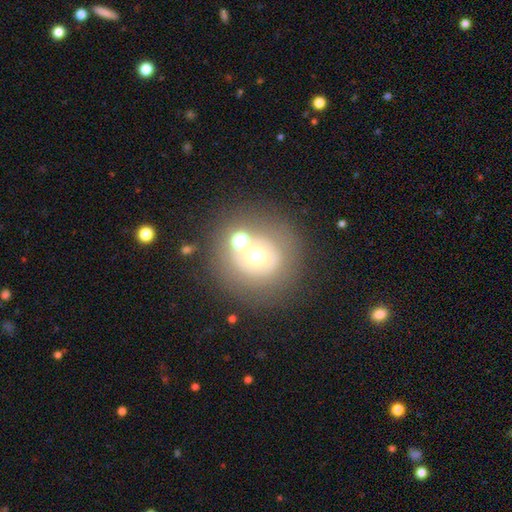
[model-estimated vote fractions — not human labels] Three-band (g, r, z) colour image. It shows a smooth galaxy with no disk features (48%). Merging: none (61%).